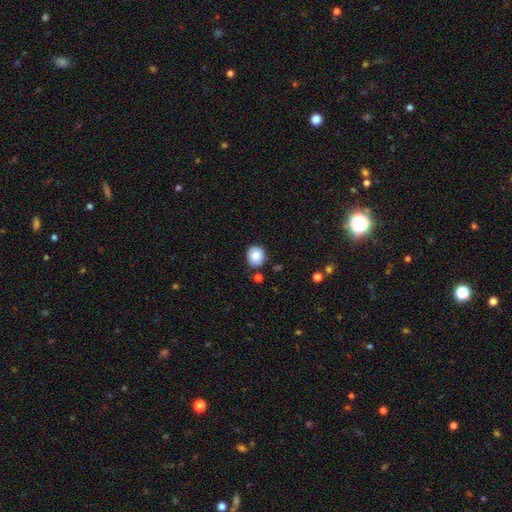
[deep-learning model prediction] Overall: smooth (84%). How rounded: round (79%). Merging: none (84%).